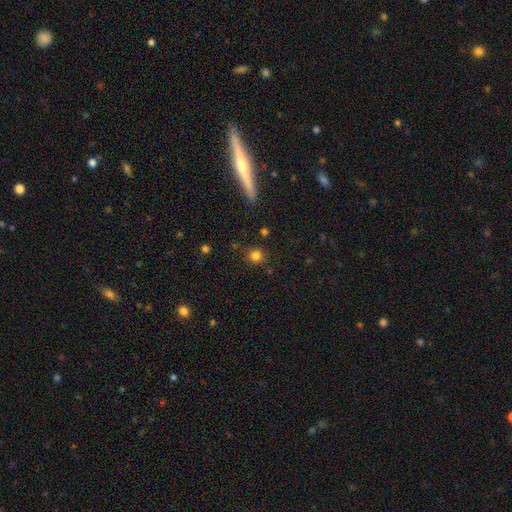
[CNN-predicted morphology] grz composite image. It shows a smooth galaxy with no disk features (81%) that is round (90%). Merging: none (84%).